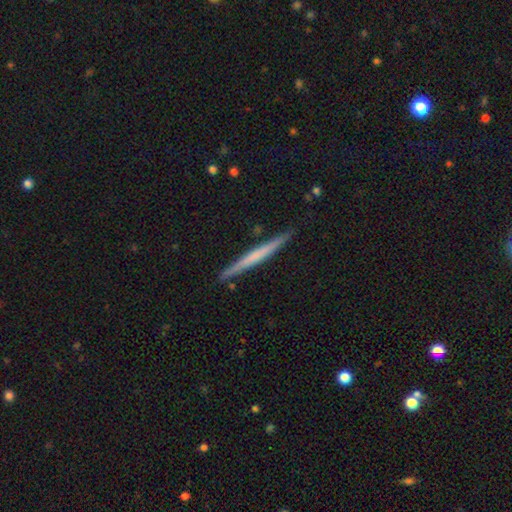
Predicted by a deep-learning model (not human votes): Morphology: type=smooth (48%); merging=none (89%).